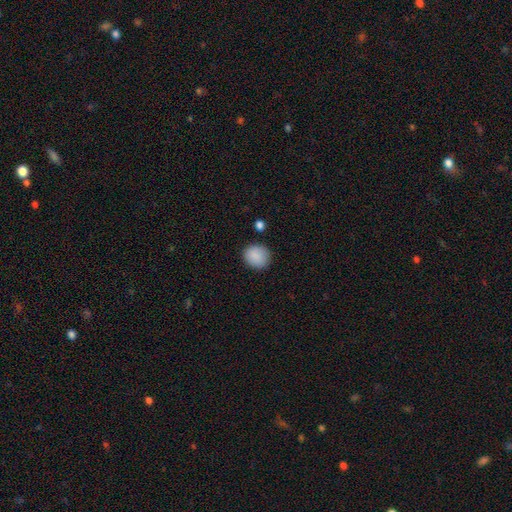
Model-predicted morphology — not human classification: smooth 89%, star or artifact 8%, featured or disk 4%. Down the decision tree: how rounded — round (80%); merging — none (85%).